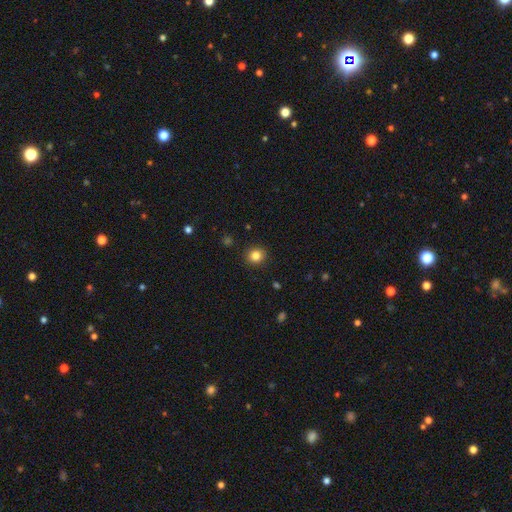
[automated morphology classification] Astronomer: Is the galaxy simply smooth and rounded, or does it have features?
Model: smooth — 84%.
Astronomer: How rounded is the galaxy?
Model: round — 87%.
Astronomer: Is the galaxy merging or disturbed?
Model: none — 91%.